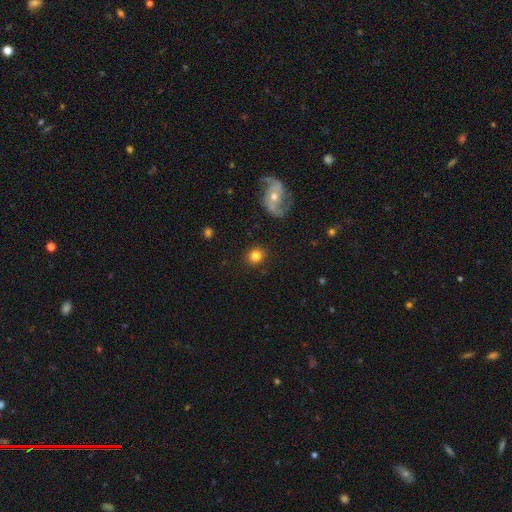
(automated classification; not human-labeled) Smooth or featured? Predicted: smooth (p=0.80). How rounded? Predicted: round (p=0.84). Merging? Predicted: none (p=0.89).